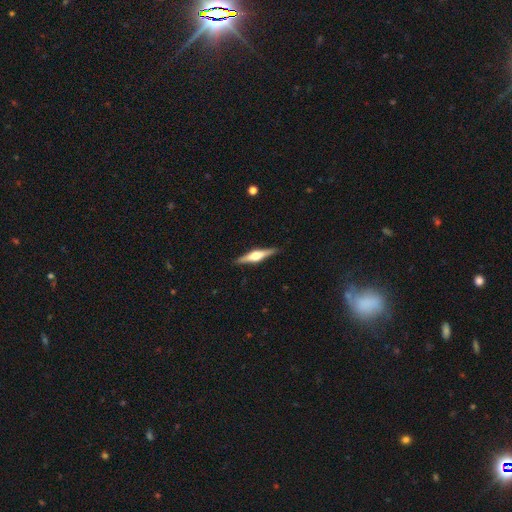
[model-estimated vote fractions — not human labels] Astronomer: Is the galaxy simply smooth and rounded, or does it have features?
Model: featured or disk — 75%.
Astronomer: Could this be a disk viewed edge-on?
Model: yes — 98%.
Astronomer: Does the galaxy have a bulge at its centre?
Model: rounded — 92%.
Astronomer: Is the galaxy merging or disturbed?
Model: none — 91%.